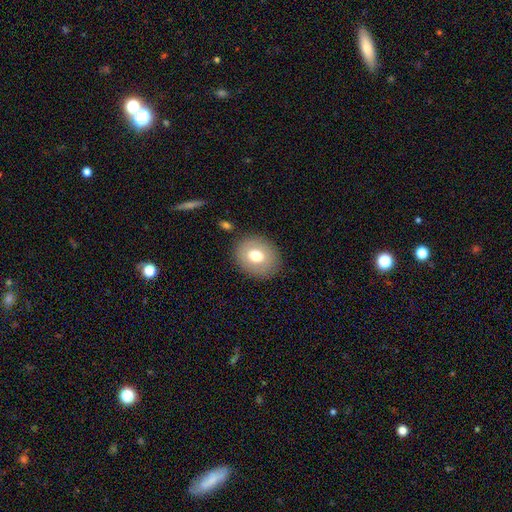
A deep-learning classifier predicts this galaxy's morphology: Smooth or featured? Predicted: smooth (p=0.70). How rounded? Predicted: round (p=0.59). Merging? Predicted: none (p=0.84).